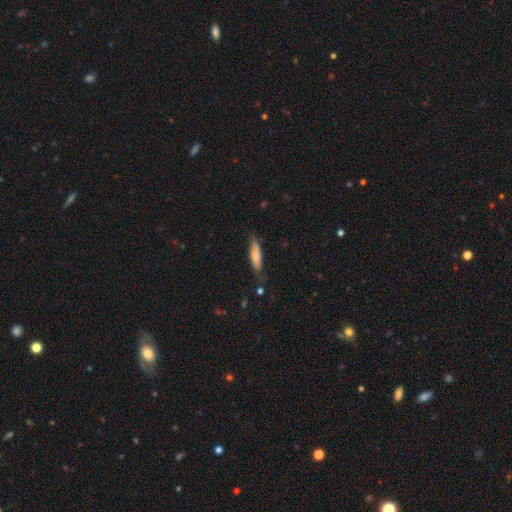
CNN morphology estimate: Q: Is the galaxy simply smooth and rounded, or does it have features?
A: smooth — 74%.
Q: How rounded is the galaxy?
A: cigar-shaped — 72%.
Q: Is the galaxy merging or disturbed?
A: none — 71%.